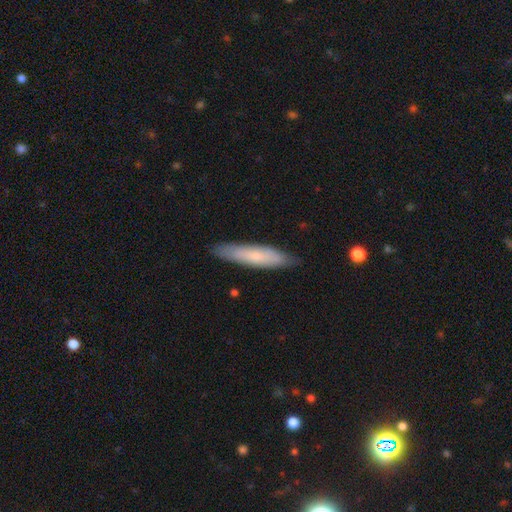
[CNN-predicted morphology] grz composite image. It shows a smooth galaxy with no disk features (62%) that is cigar-shaped (81%). Merging: none (84%).